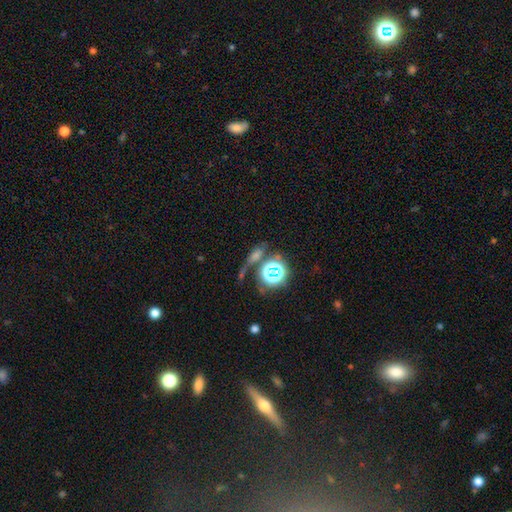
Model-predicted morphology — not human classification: star or artifact 44%, smooth 35%, featured or disk 22%.